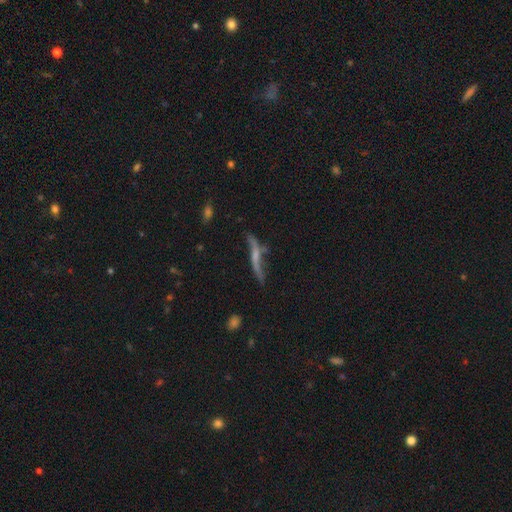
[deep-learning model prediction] The model was most divided on "merging": none: 53%, minor disturbance: 25%, major disturbance: 14%, merger: 9%. More confident: edge-on disk — yes (71%); smooth or featured — featured or disk (63%).